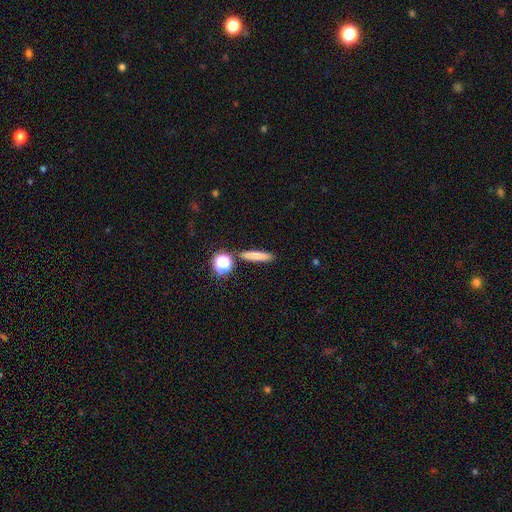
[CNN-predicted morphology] A smooth galaxy with no disk features (77%) that is cigar-shaped (79%). Merging: none (87%).